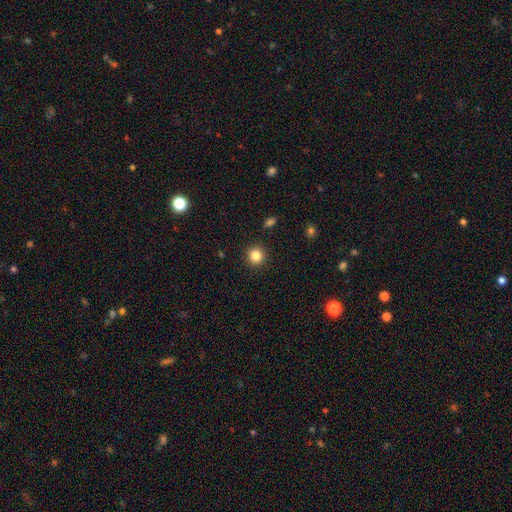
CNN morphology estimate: Overall: smooth (84%). How rounded: round (94%). Merging: none (92%).